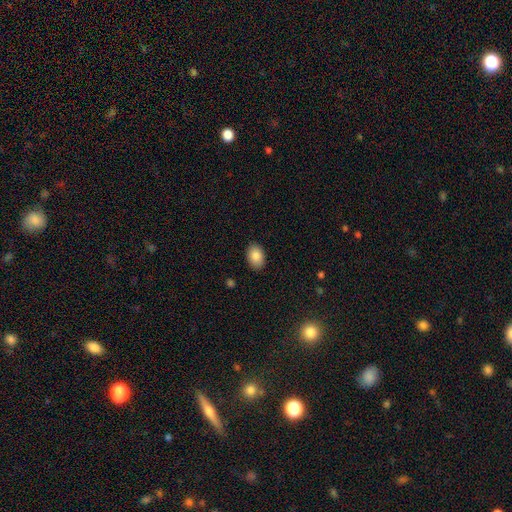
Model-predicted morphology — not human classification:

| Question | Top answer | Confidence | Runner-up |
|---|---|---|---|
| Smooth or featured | smooth | 86% | star or artifact (8%) |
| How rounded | in between | 82% | round (17%) |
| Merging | none | 89% | minor disturbance (8%) |